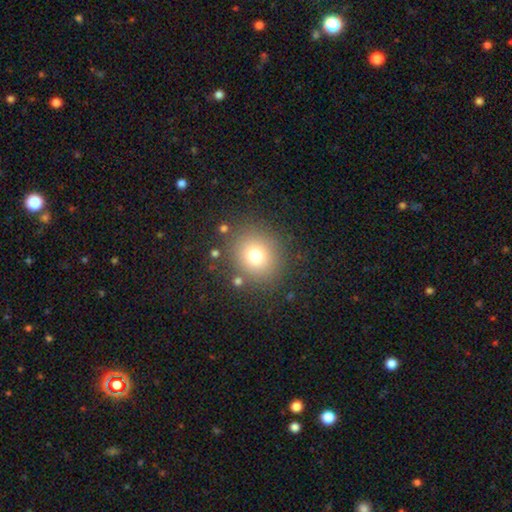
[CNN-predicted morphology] A smooth galaxy with no disk features (75%) that is round (84%). Merging: none (84%).